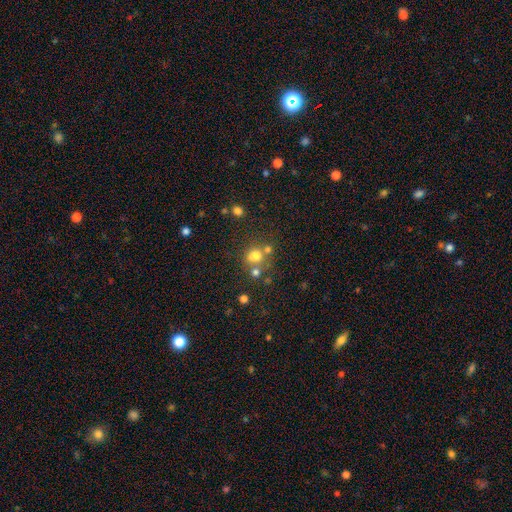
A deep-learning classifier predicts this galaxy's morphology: smooth-or-featured: smooth: 67% | star or artifact: 18% | featured or disk: 15%
  how-rounded: round: 74% | in between: 25% | cigar-shaped: 1%
  merging: none: 49% | merger: 34% | minor disturbance: 11% | major disturbance: 6%